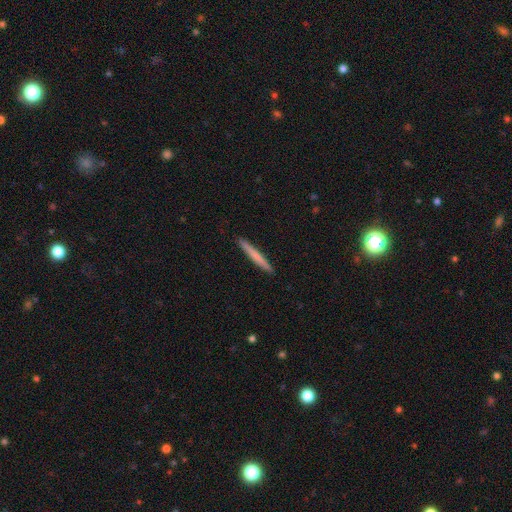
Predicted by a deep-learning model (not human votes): This is likely a smooth galaxy (63%). How rounded: clearly cigar-shaped (97%). Merging: clearly none (92%).